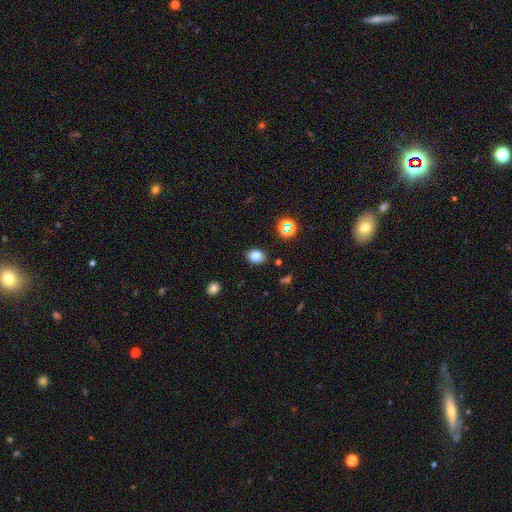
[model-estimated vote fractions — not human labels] A smooth galaxy with no disk features (80%) that is in between round and cigar-shaped (62%). Merging: none (85%).